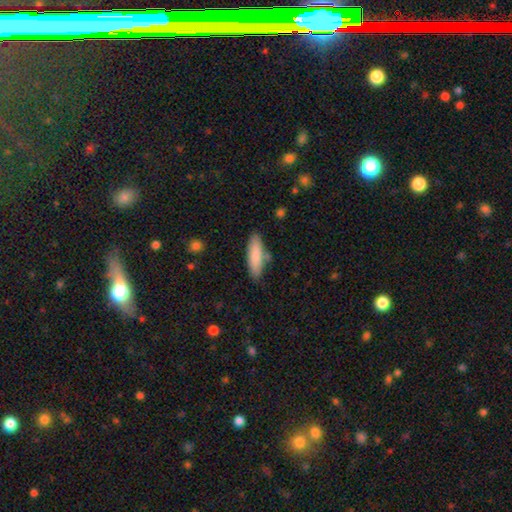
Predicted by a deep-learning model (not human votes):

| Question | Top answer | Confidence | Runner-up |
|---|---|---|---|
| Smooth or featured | smooth | 83% | featured or disk (11%) |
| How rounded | cigar-shaped | 53% | in between (46%) |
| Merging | none | 79% | minor disturbance (14%) |